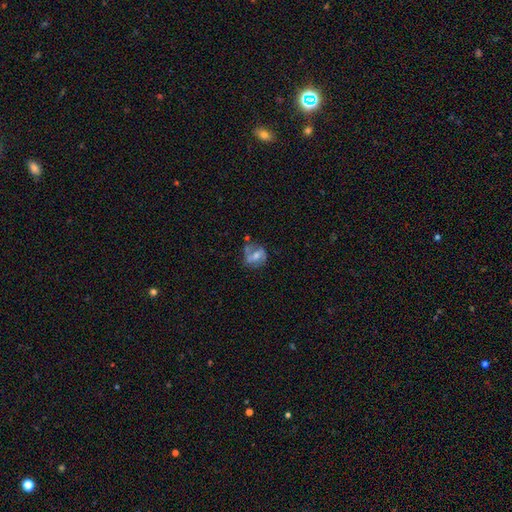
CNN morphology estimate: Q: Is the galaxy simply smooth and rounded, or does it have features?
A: featured or disk — 59%.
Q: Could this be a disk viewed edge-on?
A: no — 96%.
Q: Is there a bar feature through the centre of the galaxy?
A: weak — 42%.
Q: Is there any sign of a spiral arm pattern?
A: yes — 74%.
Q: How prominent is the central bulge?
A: moderate — 53%.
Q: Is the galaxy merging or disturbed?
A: none — 51%.